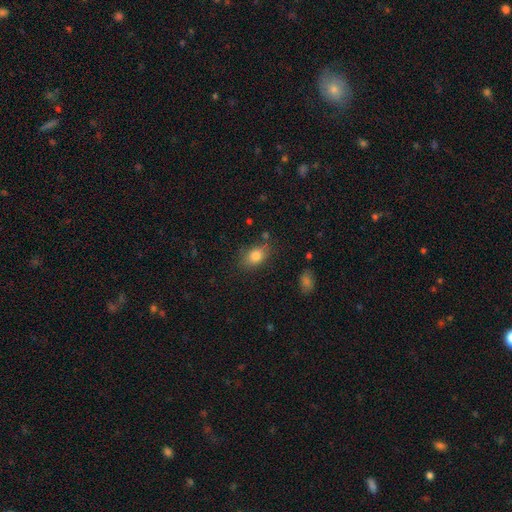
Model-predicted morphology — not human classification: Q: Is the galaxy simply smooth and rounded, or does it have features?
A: smooth — 82%.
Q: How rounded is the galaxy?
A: in between — 76%.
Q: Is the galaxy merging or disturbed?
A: none — 75%.